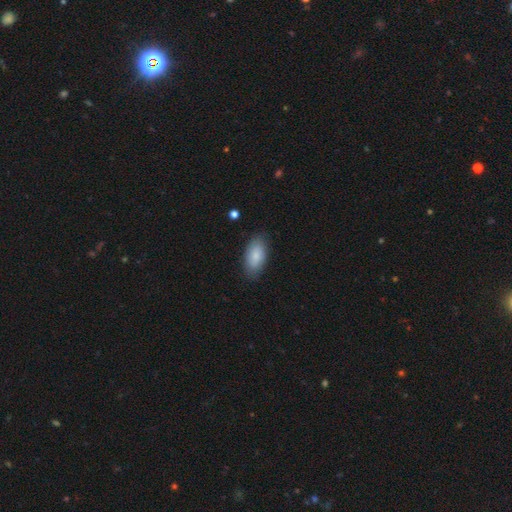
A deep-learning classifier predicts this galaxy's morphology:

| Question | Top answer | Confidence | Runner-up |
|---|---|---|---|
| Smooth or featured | smooth | 84% | featured or disk (10%) |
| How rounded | in between | 92% | cigar-shaped (5%) |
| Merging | none | 82% | minor disturbance (14%) |